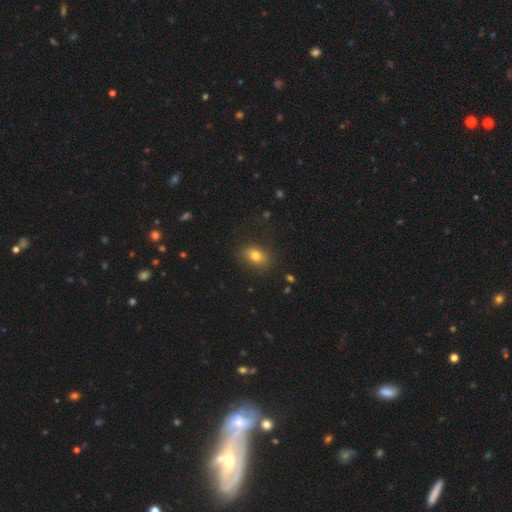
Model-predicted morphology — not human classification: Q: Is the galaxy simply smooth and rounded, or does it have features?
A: smooth — 78%.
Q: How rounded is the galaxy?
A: in between — 73%.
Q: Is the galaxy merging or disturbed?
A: none — 83%.